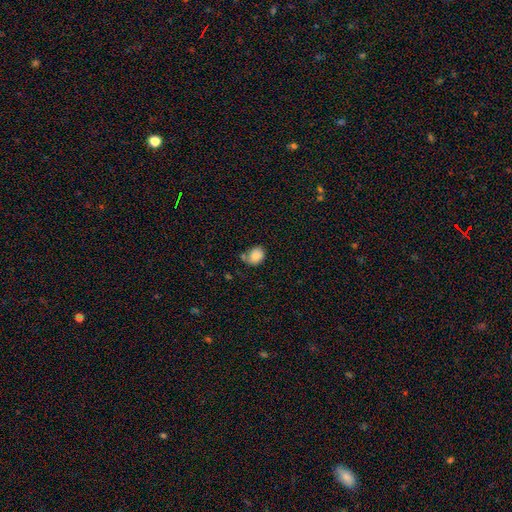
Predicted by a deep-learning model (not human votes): The model was most divided on "how rounded": in between: 52%, round: 47%, cigar-shaped: 1%. More confident: smooth or featured — smooth (85%); merging — none (54%).